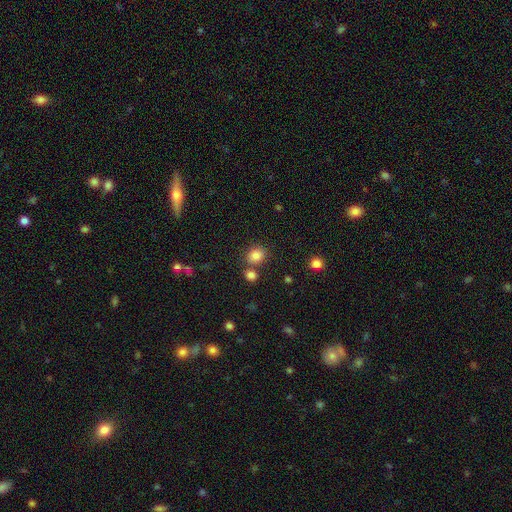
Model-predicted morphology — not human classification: This is clearly a smooth galaxy (84%). How rounded: likely round (62%). Merging: likely none (70%).